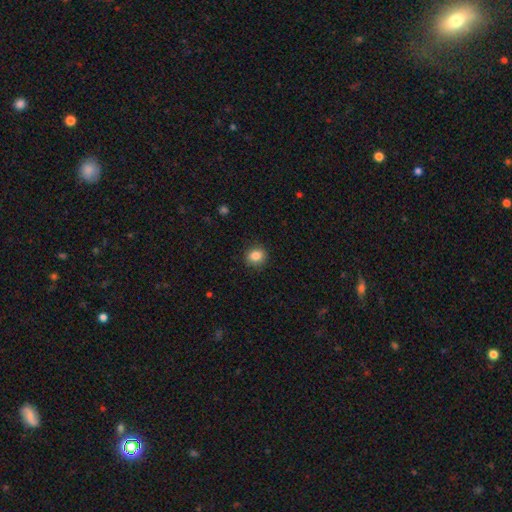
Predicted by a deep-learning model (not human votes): Overall: smooth (85%). How rounded: round (74%). Merging: none (88%).